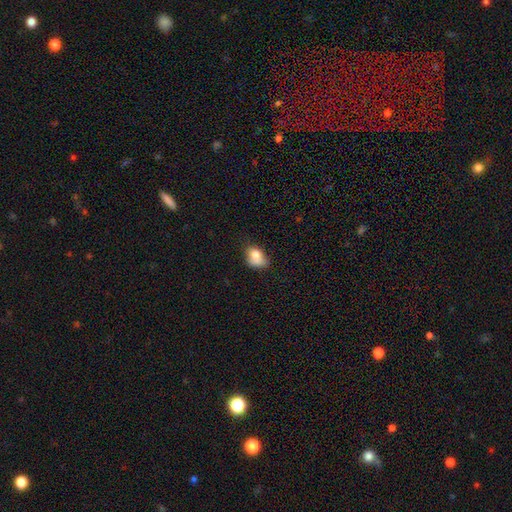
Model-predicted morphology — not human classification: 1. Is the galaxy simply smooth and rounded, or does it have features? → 76% smooth, 14% featured or disk, 10% star or artifact.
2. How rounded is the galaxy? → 71% in between, 28% round, 2% cigar-shaped.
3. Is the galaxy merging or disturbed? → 35% minor disturbance (tied), 35% none (tied), 17% major disturbance, 13% merger.